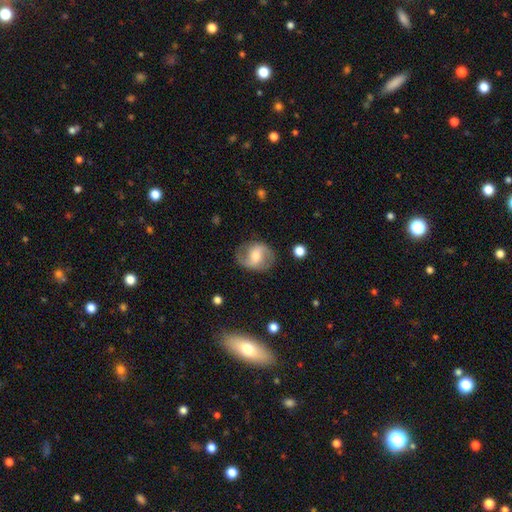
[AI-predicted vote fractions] The model was most divided on "spiral winding": loose: 46%, medium: 41%, tight: 13%. Remaining: edge-on disk — no (97%); spiral arm count — 2 (90%); spiral arms — yes (89%); merging — none (80%); smooth or featured — featured or disk (73%); bulge size — moderate (61%); bar — weak (46%).